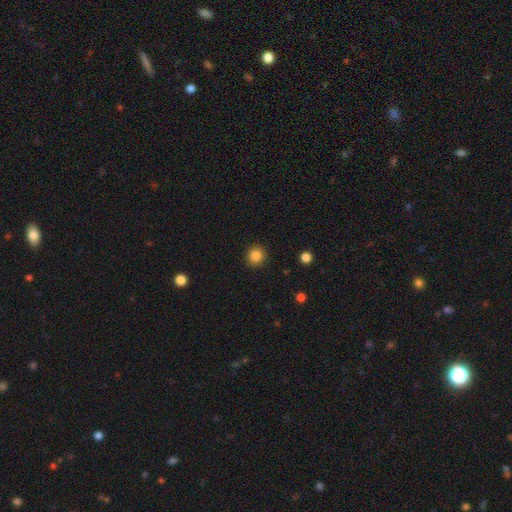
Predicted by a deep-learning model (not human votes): Smooth or featured? Predicted: smooth (p=0.85). How rounded? Predicted: round (p=0.90). Merging? Predicted: none (p=0.91).